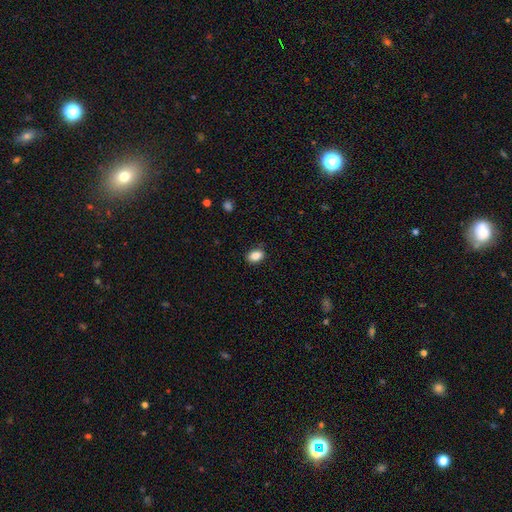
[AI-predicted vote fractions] The model was most divided on "how rounded": in between: 82%, round: 17%, cigar-shaped: 1%. More confident: merging — none (86%); smooth or featured — smooth (86%).